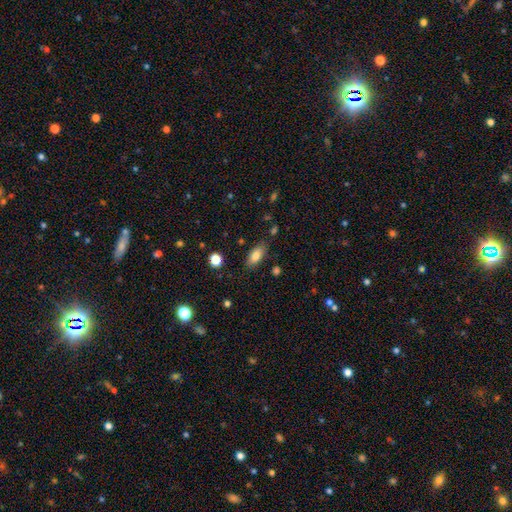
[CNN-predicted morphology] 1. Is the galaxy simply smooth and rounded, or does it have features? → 82% smooth, 10% featured or disk, 8% star or artifact.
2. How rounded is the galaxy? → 84% in between, 13% cigar-shaped, 3% round.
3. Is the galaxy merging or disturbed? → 81% none, 13% minor disturbance, 3% major disturbance, 3% merger.